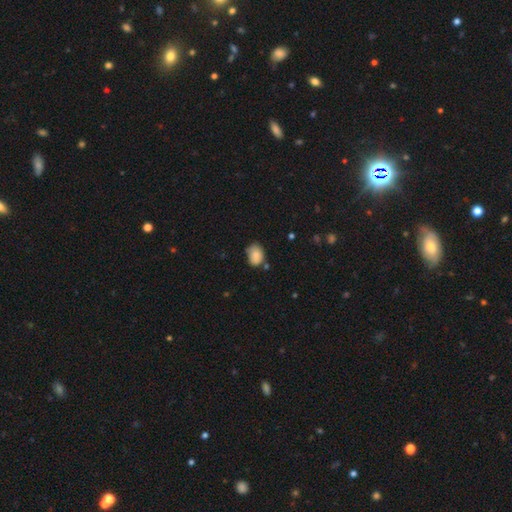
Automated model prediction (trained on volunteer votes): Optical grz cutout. It shows a smooth galaxy with no disk features (84%) that is in between round and cigar-shaped (78%). Merging: none (64%).